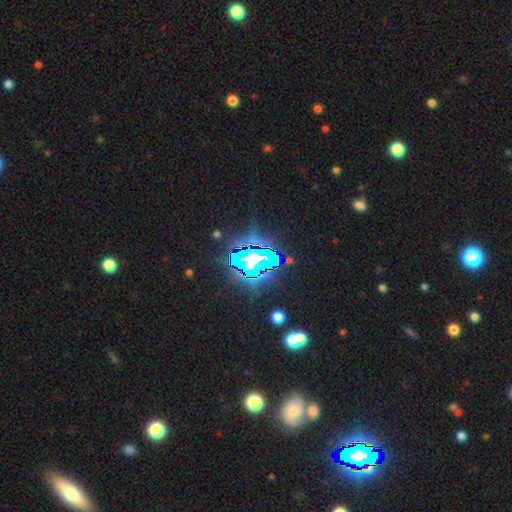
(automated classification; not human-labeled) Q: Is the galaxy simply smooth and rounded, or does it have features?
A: star or artifact — 82%.